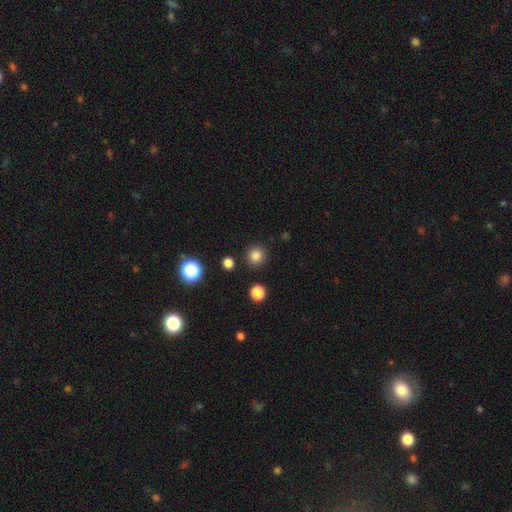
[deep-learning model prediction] Overall: smooth (83%). How rounded: round (93%). Merging: none (90%).